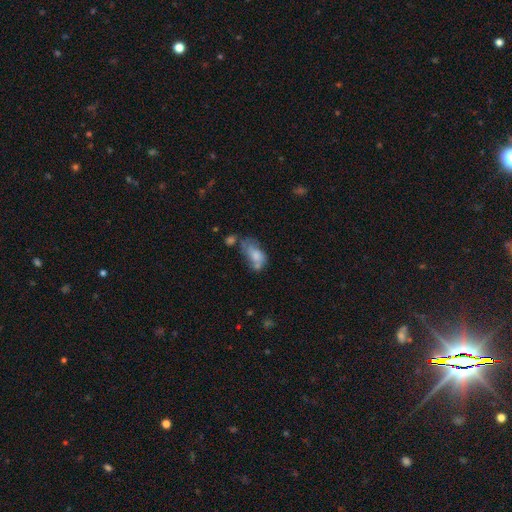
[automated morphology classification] A smooth galaxy with no disk features (64%) that is in between round and cigar-shaped (89%).

Vote fractions:
- Smooth or featured? smooth: 64% / featured or disk: 27% / star or artifact: 9%
- How rounded? in between: 89% / round: 8% / cigar-shaped: 3%
- Merging? merger: 30% / none: 26% / minor disturbance: 23% / major disturbance: 21%